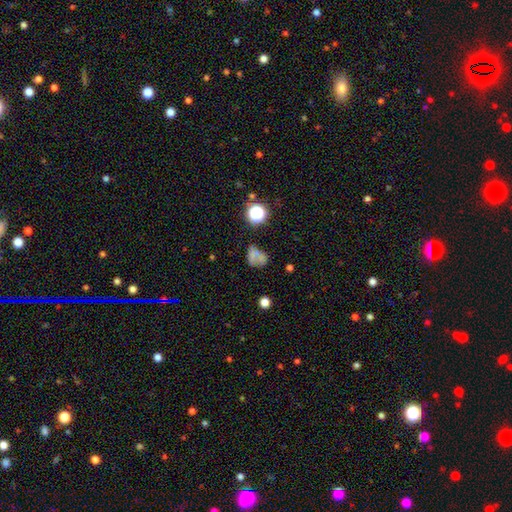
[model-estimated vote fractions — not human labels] Smooth or featured? Predicted: smooth (p=0.59). How rounded? Predicted: in between (p=0.54). Merging? Predicted: none (p=0.40).